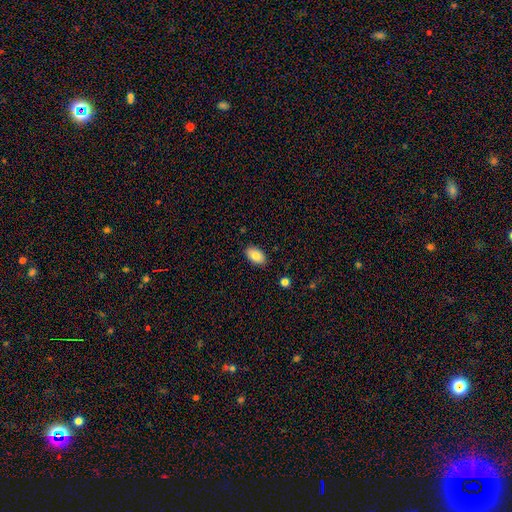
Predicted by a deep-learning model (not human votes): Smooth or featured?
  - smooth: 83% *
  - featured or disk: 10%
  - star or artifact: 7%
How rounded?
  - in between: 93% *
  - round: 5%
  - cigar-shaped: 2%
Merging?
  - none: 87% *
  - minor disturbance: 9%
  - major disturbance: 2%
  - merger: 1%